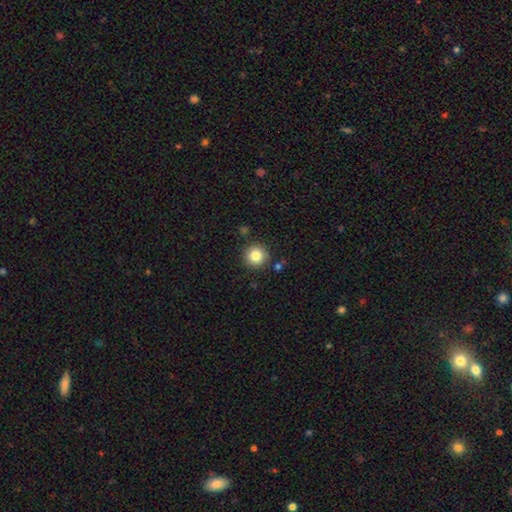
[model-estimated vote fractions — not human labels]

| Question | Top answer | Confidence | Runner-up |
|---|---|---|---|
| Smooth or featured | smooth | 83% | star or artifact (10%) |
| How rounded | round | 95% | in between (4%) |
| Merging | none | 88% | minor disturbance (7%) |